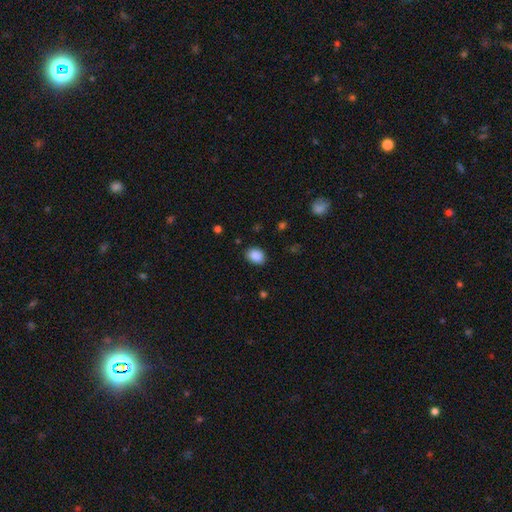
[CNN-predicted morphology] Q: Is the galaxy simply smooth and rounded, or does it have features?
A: smooth — 88%.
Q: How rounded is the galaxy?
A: in between — 66%.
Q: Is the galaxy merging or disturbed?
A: none — 86%.